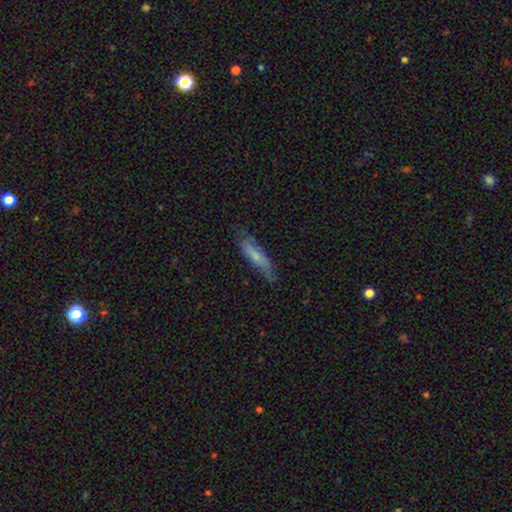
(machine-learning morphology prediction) Smooth or featured? smooth (56%)
How rounded? cigar-shaped (72%)
Merging? none (67%)